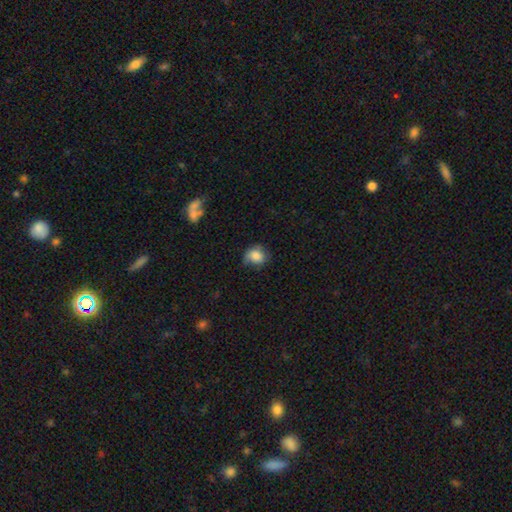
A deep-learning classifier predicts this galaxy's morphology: type=smooth (81%); roundness=round (59%); merging=none (50%).